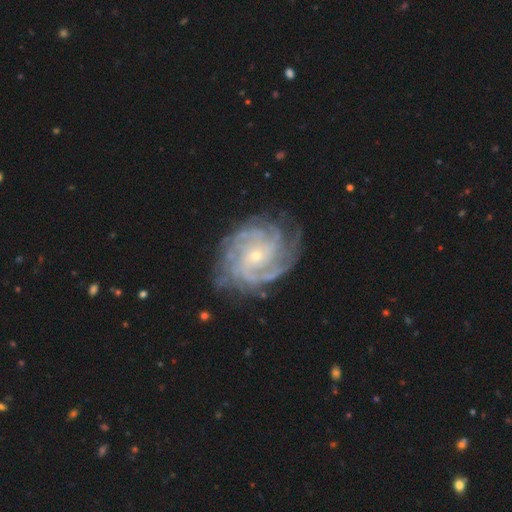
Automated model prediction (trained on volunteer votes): A featured or disk galaxy (89%) with no bar (72%), tight (67%) spiral arms (97%) and a small central bulge (82%). Merging: none (74%).